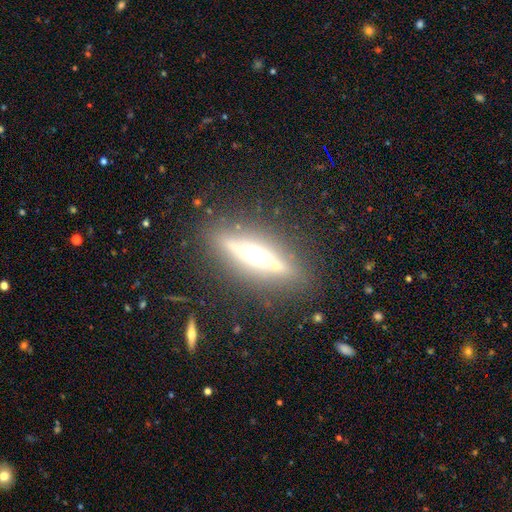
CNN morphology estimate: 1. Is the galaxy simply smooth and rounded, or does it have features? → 65% featured or disk, 26% smooth, 9% star or artifact.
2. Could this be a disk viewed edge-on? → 84% yes, 16% no.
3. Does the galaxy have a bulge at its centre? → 90% rounded, 5% boxy, 5% none.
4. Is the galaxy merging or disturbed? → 79% none, 12% minor disturbance, 4% major disturbance, 4% merger.